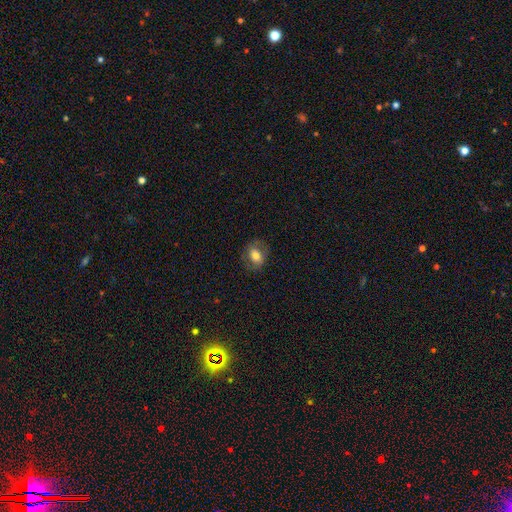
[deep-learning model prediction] Morphology: type=smooth (68%); roundness=in between (67%); merging=none (78%).